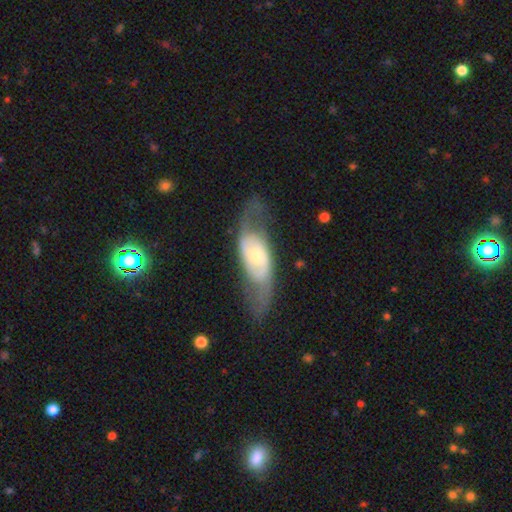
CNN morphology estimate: Overall: featured or disk (72%). Edge-on disk: no (86%). Bar: no (58%; weak 31%). Spiral arms: yes (79%). Bulge size: moderate (45%; small 44%). Merging: none (60%; minor disturbance 20%).